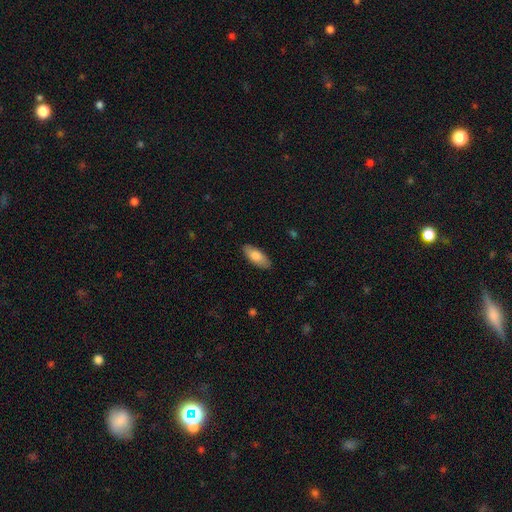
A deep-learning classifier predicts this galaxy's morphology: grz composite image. It shows a smooth galaxy with no disk features (81%) that is in between round and cigar-shaped (82%). Merging: none (88%).